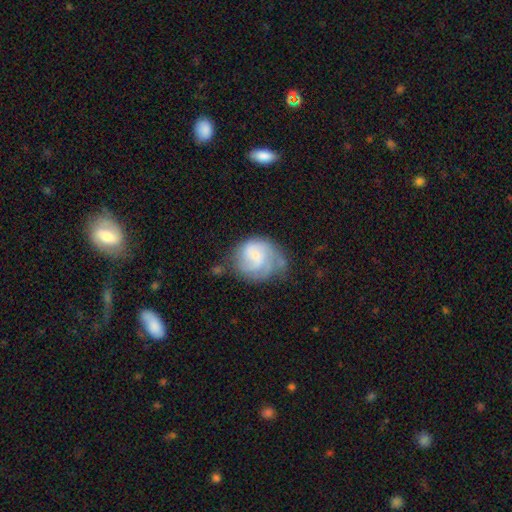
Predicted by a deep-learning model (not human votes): Smooth or featured?
  - featured or disk: 64% *
  - smooth: 28%
  - star or artifact: 7%
Edge-on disk?
  - no: 98% *
  - yes: 2%
Bar?
  - no: 59% *
  - weak: 36%
  - strong: 5%
Spiral arms?
  - yes: 88% *
  - no: 12%
Spiral winding?
  - tight: 43% *
  - medium: 40%
  - loose: 17%
Spiral arm count?
  - can't tell: 29% * (tied)
  - 2: 29% * (tied)
  - 3: 25%
  - 1: 8%
  - 4: 6%
  - more than 4: 4%
Bulge size?
  - small: 50% *
  - moderate: 24%
  - none: 19%
  - large: 5%
  - dominant: 2%
Merging?
  - none: 45% *
  - minor disturbance: 29%
  - major disturbance: 21%
  - merger: 5%